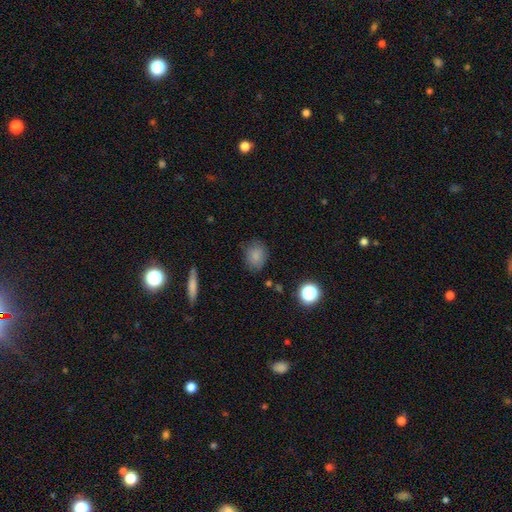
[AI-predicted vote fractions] Smooth or featured: smooth — 82% (star or artifact — 11%)
How rounded: in between — 50% (round — 48%)
Merging: none — 77% (minor disturbance — 17%)